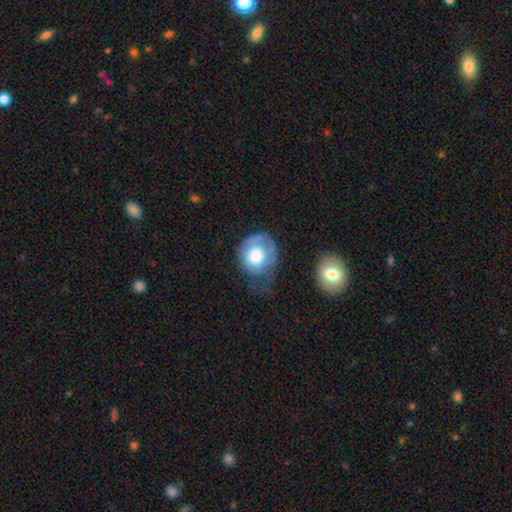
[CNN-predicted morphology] Smooth or featured? Predicted: smooth (p=0.59). How rounded? Predicted: round (p=0.76). Merging? Predicted: major disturbance (p=0.36).